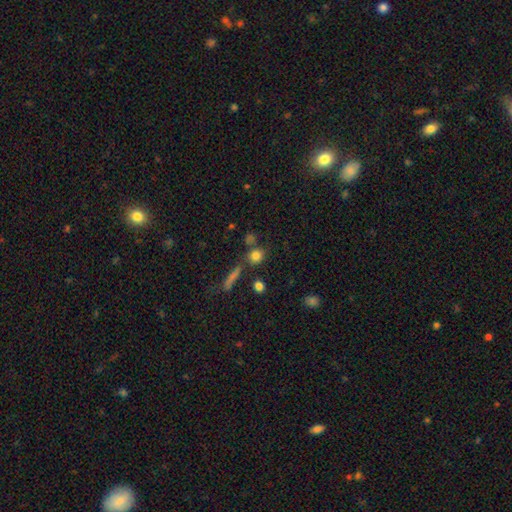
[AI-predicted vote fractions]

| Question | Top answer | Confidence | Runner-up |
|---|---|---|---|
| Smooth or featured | smooth | 80% | star or artifact (12%) |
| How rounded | round | 78% | in between (17%) |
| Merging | none | 72% | merger (14%) |